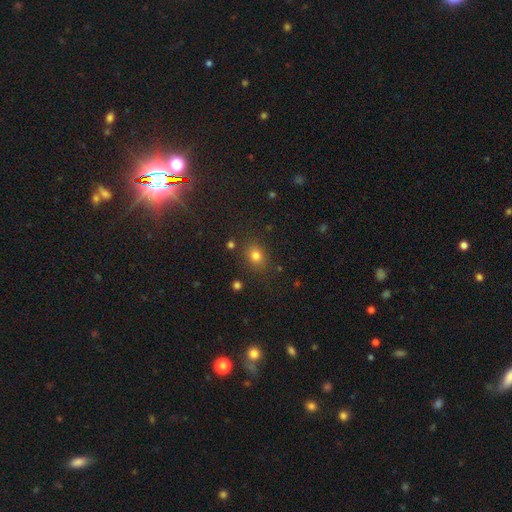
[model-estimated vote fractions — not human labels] A smooth galaxy with no disk features (77%) that is round (58%).

Vote fractions:
- Smooth or featured? smooth: 77% / star or artifact: 16% / featured or disk: 7%
- How rounded? round: 58% / in between: 41% / cigar-shaped: 1%
- Merging? none: 83% / minor disturbance: 10% / major disturbance: 4% / merger: 3%